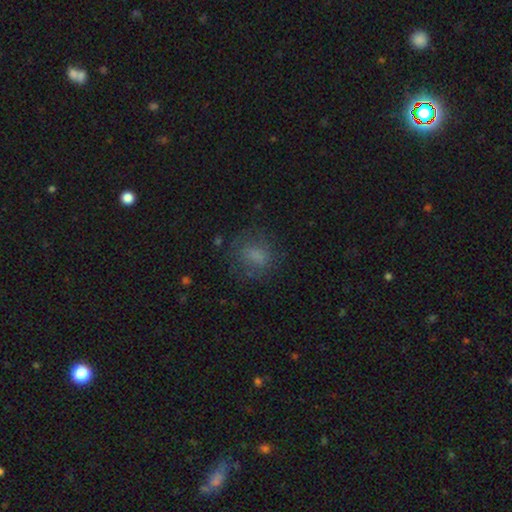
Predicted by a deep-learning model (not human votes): A smooth galaxy with no disk features (68%) that is round (55%).

Vote fractions:
- Smooth or featured? smooth: 68% / featured or disk: 19% / star or artifact: 13%
- How rounded? round: 55% / in between: 43% / cigar-shaped: 2%
- Merging? none: 66% / minor disturbance: 19% / major disturbance: 13% / merger: 2%